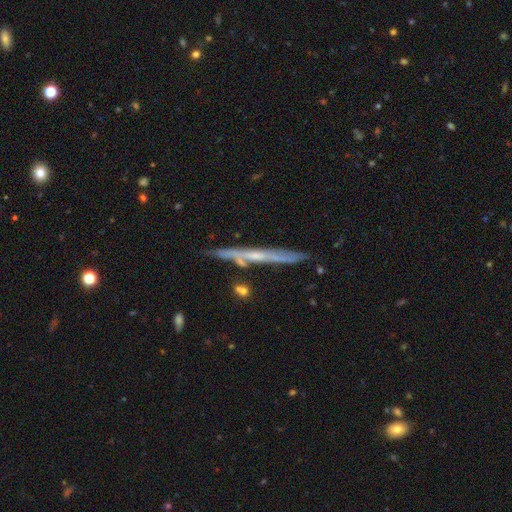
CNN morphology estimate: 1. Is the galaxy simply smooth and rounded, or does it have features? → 67% featured or disk, 26% smooth, 7% star or artifact.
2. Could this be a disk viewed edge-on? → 95% yes, 5% no.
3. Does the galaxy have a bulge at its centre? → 60% none, 36% rounded, 4% boxy.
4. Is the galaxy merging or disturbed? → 82% none, 12% minor disturbance, 4% merger, 2% major disturbance.